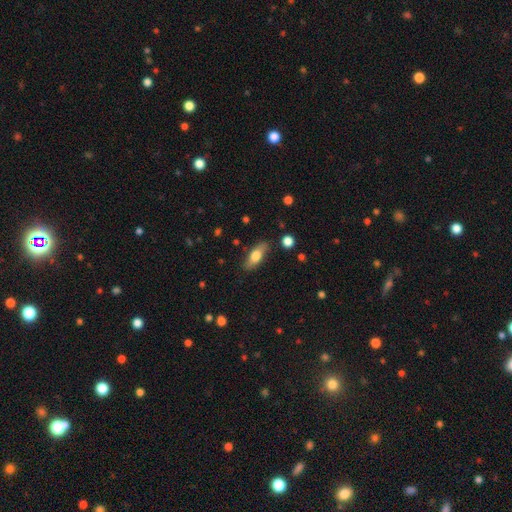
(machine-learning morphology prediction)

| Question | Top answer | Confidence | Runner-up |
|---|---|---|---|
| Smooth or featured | smooth | 70% | featured or disk (24%) |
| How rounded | in between | 71% | cigar-shaped (26%) |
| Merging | none | 83% | minor disturbance (12%) |